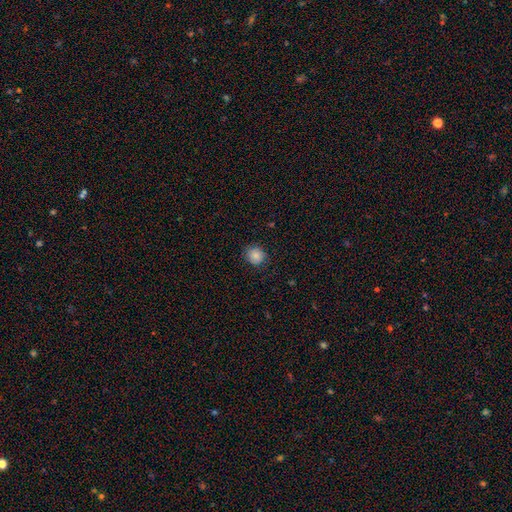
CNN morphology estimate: This is clearly a smooth galaxy (85%). How rounded: clearly round (84%). Merging: clearly none (85%).